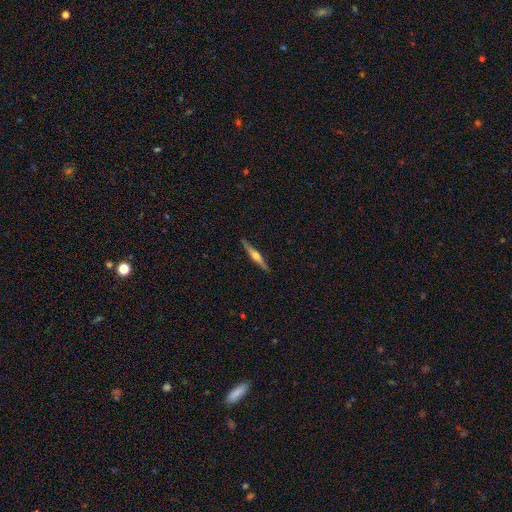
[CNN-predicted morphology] Overall: featured or disk (67%). Edge-on disk: yes (98%). Edge-on bulge: rounded (89%). Merging: none (90%).